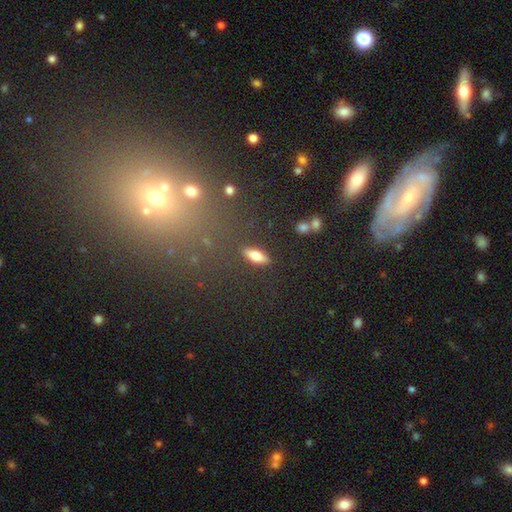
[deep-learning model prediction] smooth 70%, featured or disk 22%, star or artifact 8%. Down the decision tree: how rounded — in between (63%); merging — none (86%).